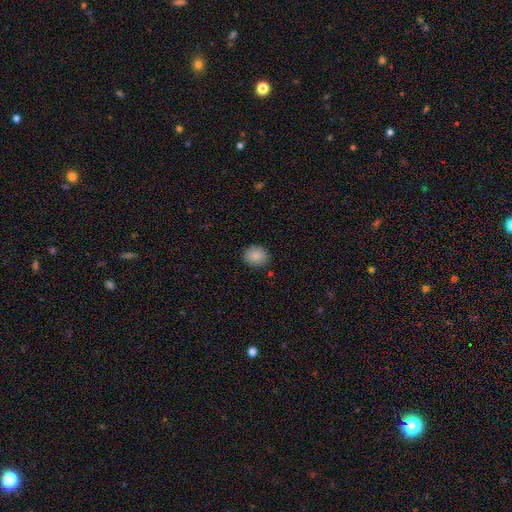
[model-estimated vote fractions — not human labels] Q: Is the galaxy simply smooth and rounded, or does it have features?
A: smooth — 87%.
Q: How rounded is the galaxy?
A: round — 72%.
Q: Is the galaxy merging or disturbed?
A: none — 87%.